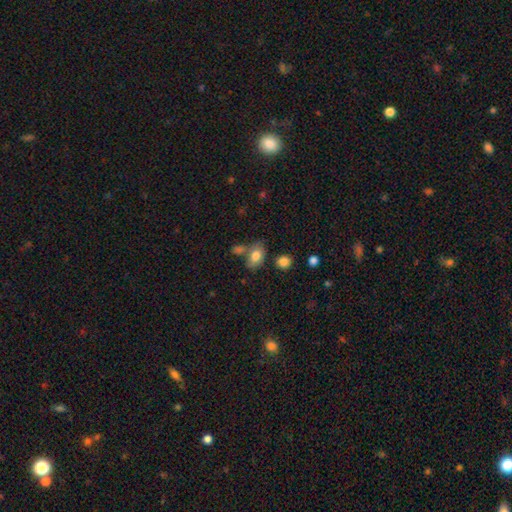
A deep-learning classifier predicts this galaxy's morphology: Q: Smooth or featured?
A: smooth (79%); runner-up: featured or disk (13%)
Q: How rounded?
A: in between (86%); runner-up: round (12%)
Q: Merging?
A: none (56%); runner-up: merger (20%)